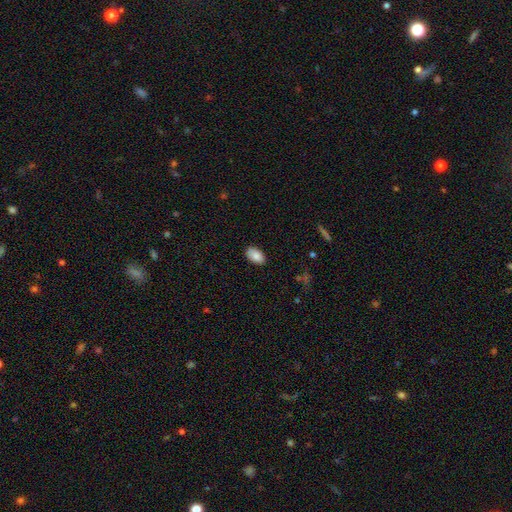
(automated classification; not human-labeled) The model was most divided on "merging": none: 86%, minor disturbance: 11%, major disturbance: 2%, merger: 1%. More confident: how rounded — in between (93%); smooth or featured — smooth (88%).